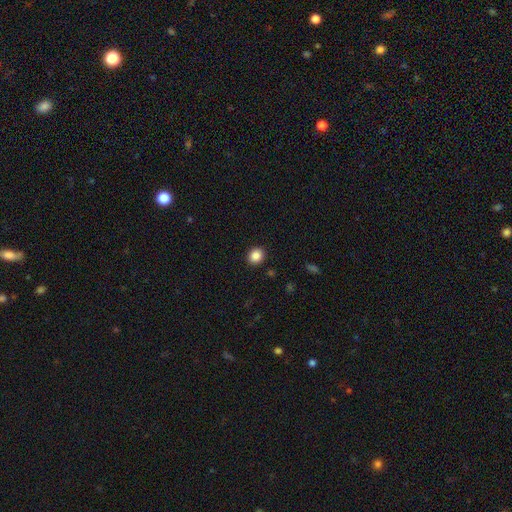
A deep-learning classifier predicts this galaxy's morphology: This is clearly a smooth galaxy (86%). How rounded: clearly round (81%). Merging: clearly none (92%).